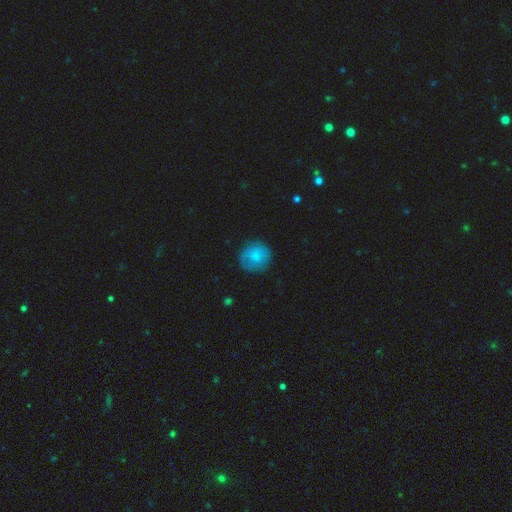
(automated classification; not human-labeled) Smooth or featured: smooth — 71% (featured or disk — 21%)
How rounded: round — 91% (in between — 8%)
Merging: none — 82% (minor disturbance — 13%)